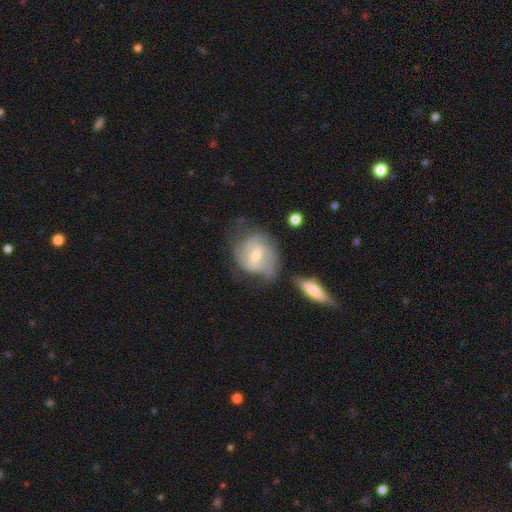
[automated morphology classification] The model was most divided on "bulge size": moderate: 49%, small: 47%, large: 2%, none: 2%, dominant: 1%. Remaining: edge-on disk — no (96%); spiral arms — yes (85%); smooth or featured — featured or disk (72%); bar — weak (54%); merging — none (51%); spiral winding — tight (45%); spiral arm count — 2 (38%).